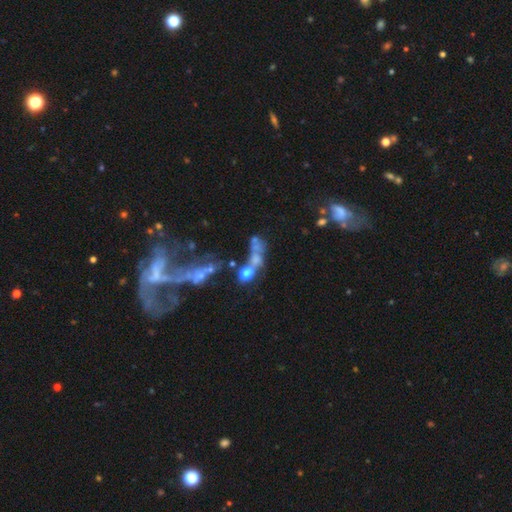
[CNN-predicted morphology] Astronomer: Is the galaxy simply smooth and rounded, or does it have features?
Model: featured or disk — 44% (runner-up: smooth, 32%).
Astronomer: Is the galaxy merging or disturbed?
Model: merger — 46% (runner-up: major disturbance, 23%).